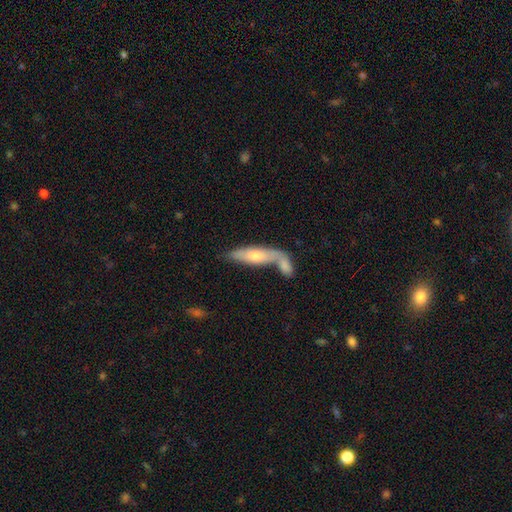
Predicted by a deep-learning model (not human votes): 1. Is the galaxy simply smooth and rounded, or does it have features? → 58% smooth, 36% featured or disk, 6% star or artifact.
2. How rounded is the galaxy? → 58% cigar-shaped, 39% in between, 2% round.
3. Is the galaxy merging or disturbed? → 48% merger, 36% none, 11% minor disturbance, 5% major disturbance.